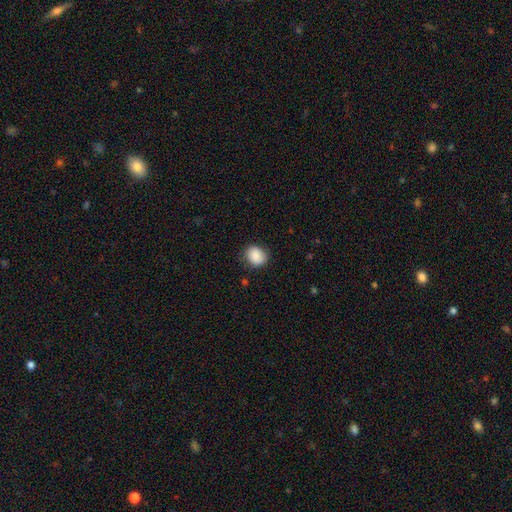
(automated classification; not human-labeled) This is clearly a smooth galaxy (86%). How rounded: likely round (65%). Merging: likely none (79%).